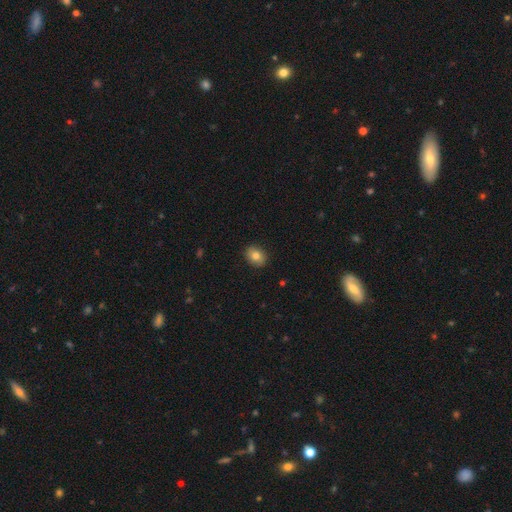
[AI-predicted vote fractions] Smooth or featured?
  - smooth: 80% *
  - featured or disk: 11%
  - star or artifact: 9%
How rounded?
  - in between: 58% *
  - round: 41%
  - cigar-shaped: 1%
Merging?
  - none: 89% *
  - minor disturbance: 8%
  - major disturbance: 2%
  - merger: 1%